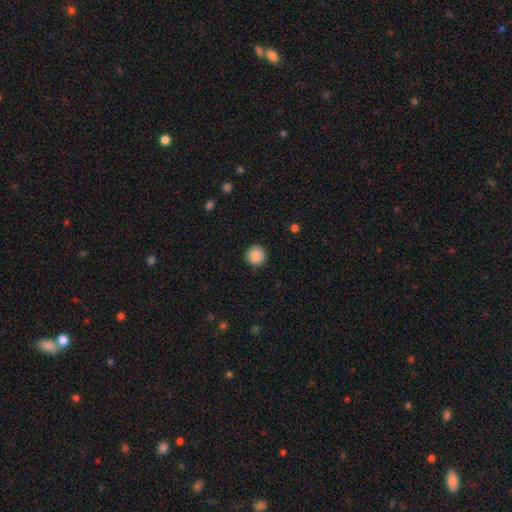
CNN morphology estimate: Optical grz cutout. It shows a smooth galaxy with no disk features (88%) that is round (94%). Merging: none (91%).